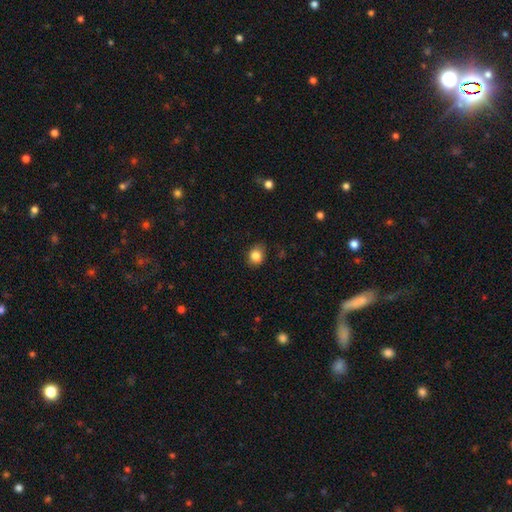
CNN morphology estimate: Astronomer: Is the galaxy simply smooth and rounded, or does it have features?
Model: smooth — 84%.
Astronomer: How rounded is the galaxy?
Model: round — 63%.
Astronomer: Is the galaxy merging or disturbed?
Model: none — 80%.